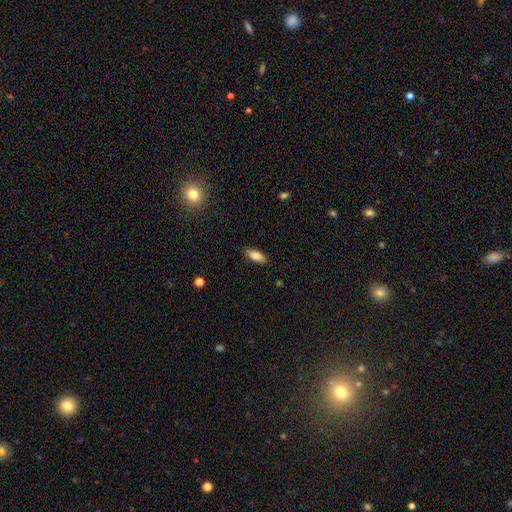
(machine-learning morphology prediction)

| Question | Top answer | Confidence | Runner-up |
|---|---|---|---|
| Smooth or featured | smooth | 78% | featured or disk (15%) |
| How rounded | in between | 83% | cigar-shaped (14%) |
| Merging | none | 88% | minor disturbance (9%) |